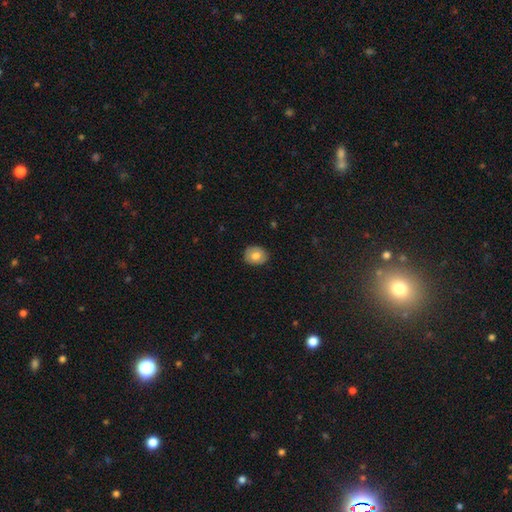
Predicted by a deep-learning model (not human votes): smooth 75%, featured or disk 18%, star or artifact 8%. Down the decision tree: how rounded — round (57%); merging — none (84%).